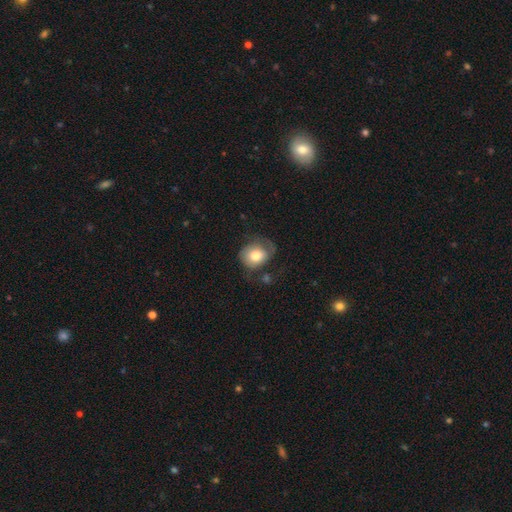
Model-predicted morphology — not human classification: The model was most divided on "merging": none: 44%, minor disturbance: 29%, major disturbance: 23%, merger: 4%. More confident: smooth or featured — smooth (71%); how rounded — round (62%).